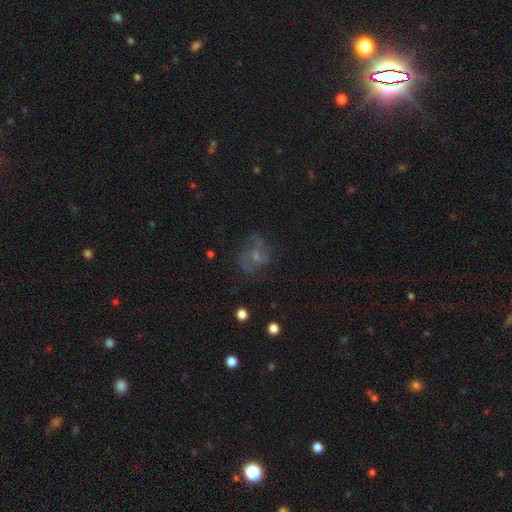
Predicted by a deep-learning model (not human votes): Smooth or featured: featured or disk — 46% (smooth — 35%)
Merging: none — 49% (major disturbance — 26%)